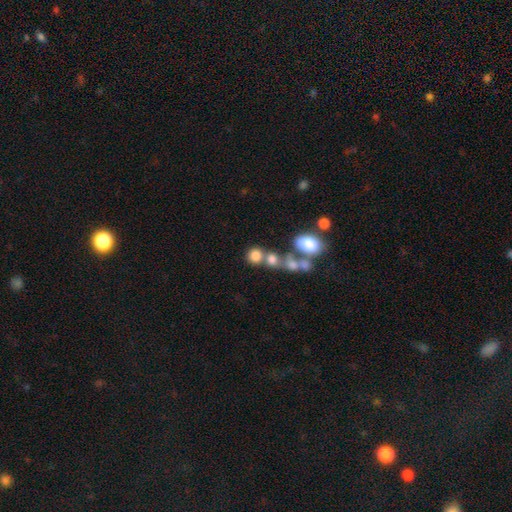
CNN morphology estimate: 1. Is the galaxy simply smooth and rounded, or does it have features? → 75% smooth, 12% featured or disk, 12% star or artifact.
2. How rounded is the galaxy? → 79% round, 20% in between, 1% cigar-shaped.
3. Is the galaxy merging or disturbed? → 48% none, 38% merger, 9% minor disturbance, 6% major disturbance.